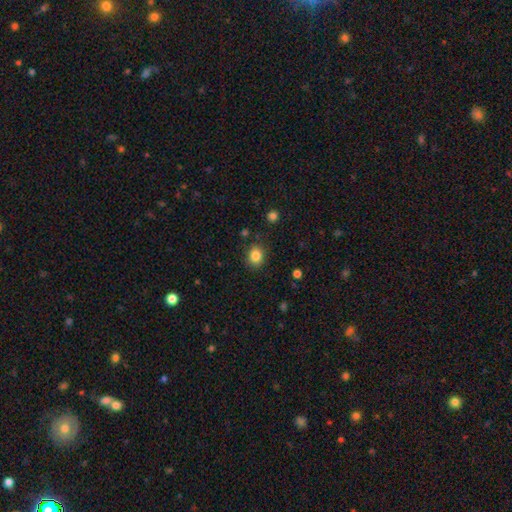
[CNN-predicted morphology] A smooth galaxy with no disk features (84%) that is round (66%).

Vote fractions:
- Smooth or featured? smooth: 84% / star or artifact: 11% / featured or disk: 5%
- How rounded? round: 66% / in between: 33% / cigar-shaped: 1%
- Merging? none: 84% / minor disturbance: 10% / major disturbance: 3% / merger: 2%